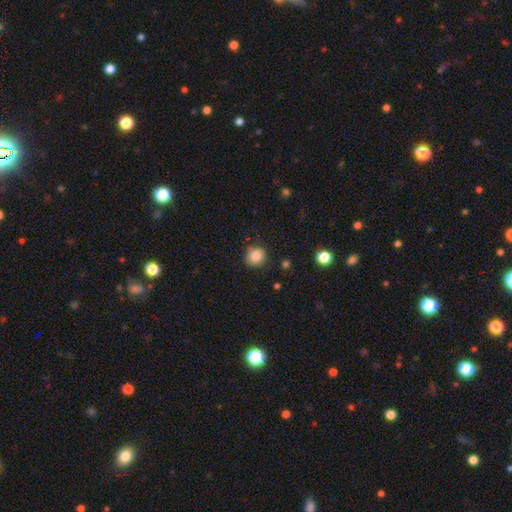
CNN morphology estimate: Smooth or featured? smooth (86%)
How rounded? round (86%)
Merging? none (85%)